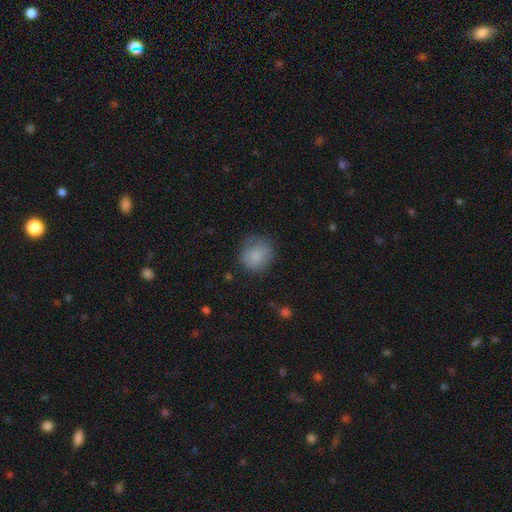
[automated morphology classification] Smooth or featured: smooth — 83% (star or artifact — 9%)
How rounded: round — 82% (in between — 17%)
Merging: none — 69% (minor disturbance — 23%)